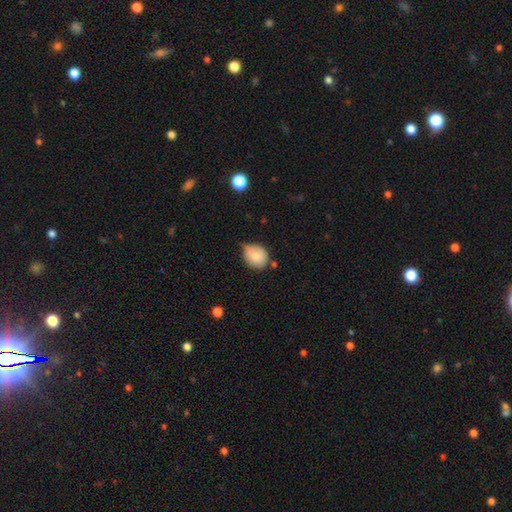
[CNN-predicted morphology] smooth-or-featured: smooth: 82% | featured or disk: 10% | star or artifact: 8%
  how-rounded: round: 70% | in between: 29% | cigar-shaped: 1%
  merging: none: 43% | minor disturbance: 42% | major disturbance: 8% | merger: 7%